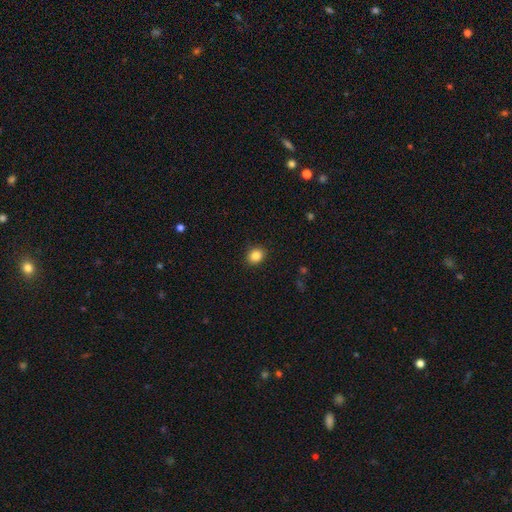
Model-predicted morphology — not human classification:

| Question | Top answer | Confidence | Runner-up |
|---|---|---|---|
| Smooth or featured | smooth | 86% | star or artifact (10%) |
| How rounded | round | 62% | in between (37%) |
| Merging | none | 90% | minor disturbance (7%) |